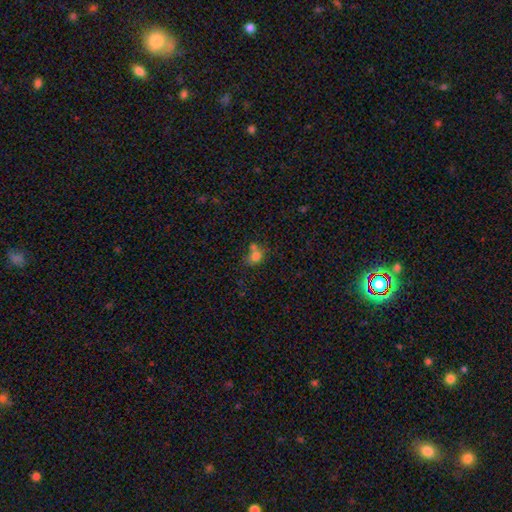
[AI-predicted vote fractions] Overall: smooth (76%). How rounded: round (53%; in between 45%). Merging: none (41%; merger 38%).